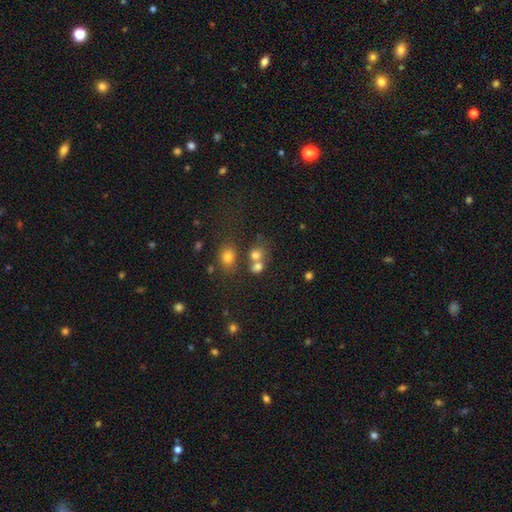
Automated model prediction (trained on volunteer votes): The model was most divided on "merging": merger: 45%, none: 41%, minor disturbance: 9%, major disturbance: 5%. More confident: smooth or featured — smooth (73%); how rounded — round (66%).